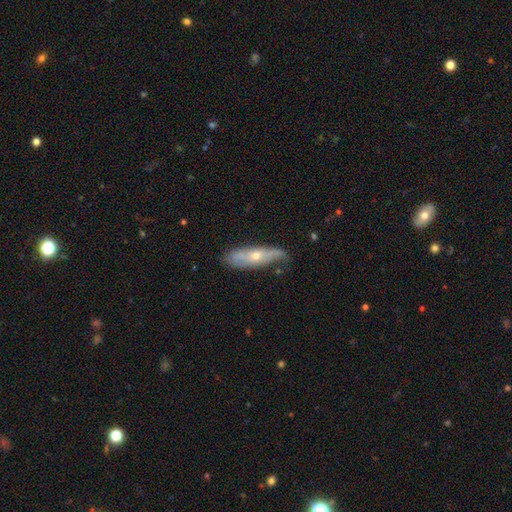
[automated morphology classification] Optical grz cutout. It shows a featured or disk galaxy (56%). Merging: none (64%).